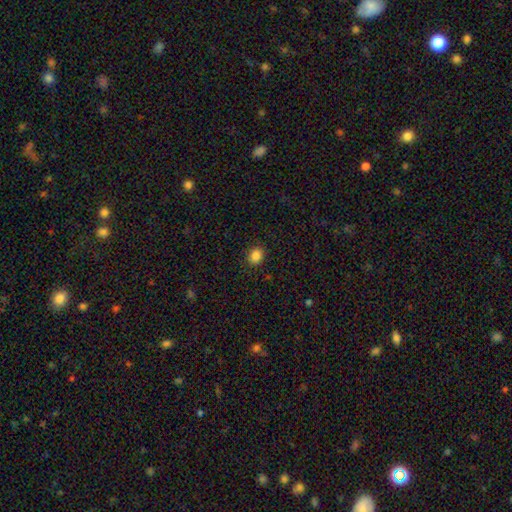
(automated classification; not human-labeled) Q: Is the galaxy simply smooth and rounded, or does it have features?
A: smooth — 86%.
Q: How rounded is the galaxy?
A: round — 60%.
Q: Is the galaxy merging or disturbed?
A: none — 89%.